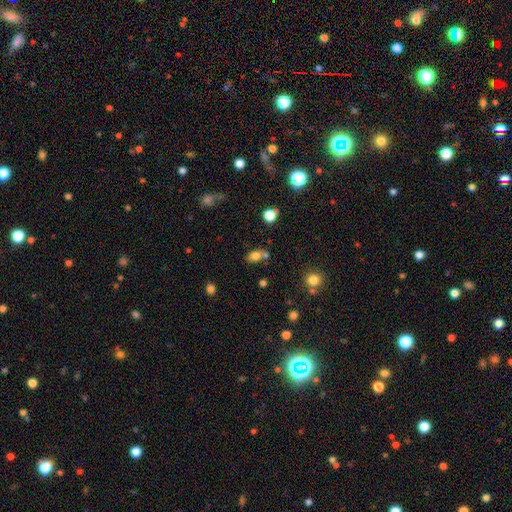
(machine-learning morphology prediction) Smooth or featured: smooth — 78% (star or artifact — 13%)
How rounded: in between — 75% (round — 23%)
Merging: none — 53% (merger — 27%)